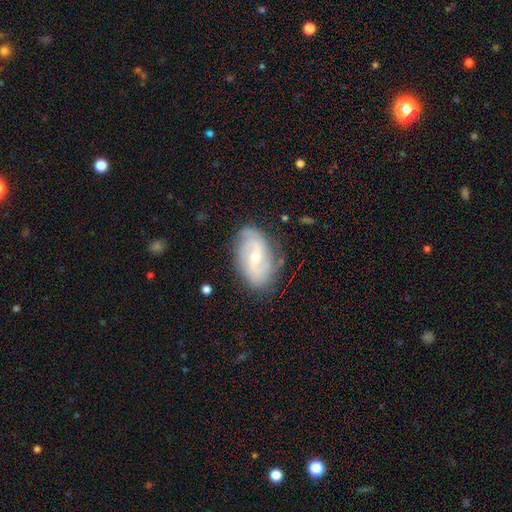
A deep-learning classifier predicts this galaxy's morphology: Smooth or featured?
  - featured or disk: 77% *
  - smooth: 17%
  - star or artifact: 6%
Edge-on disk?
  - no: 96% *
  - yes: 4%
Bar?
  - weak: 55% *
  - no: 26%
  - strong: 19%
Spiral arms?
  - yes: 91% *
  - no: 9%
Spiral winding?
  - medium: 43% *
  - loose: 30%
  - tight: 26%
Spiral arm count?
  - 2: 72% *
  - can't tell: 15%
  - 3: 6%
  - 1: 3%
  - 4: 2%
  - more than 4: 2%
Bulge size?
  - small: 52% *
  - moderate: 43%
  - large: 2%
  - none: 1%
  - dominant: 1%
Merging?
  - none: 74% *
  - minor disturbance: 18%
  - major disturbance: 6%
  - merger: 2%